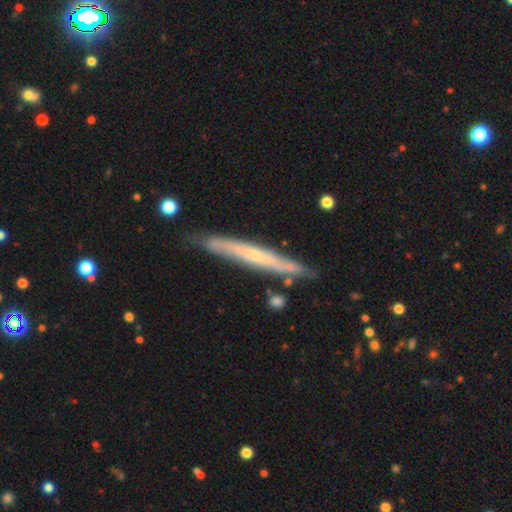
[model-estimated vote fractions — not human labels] Morphology: type=featured or disk (59%); edge-on=yes (90%); edge-on bulge=none (65%); merging=none (79%).